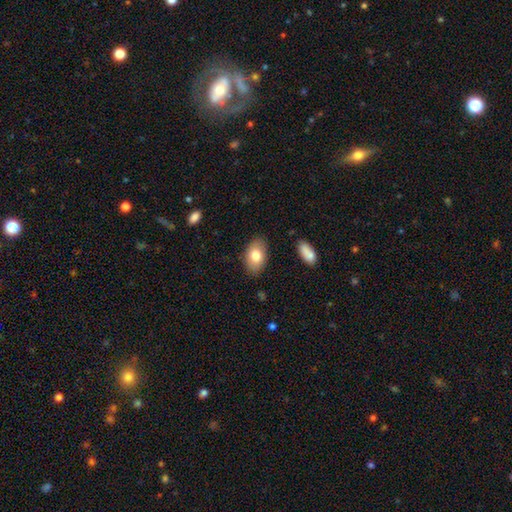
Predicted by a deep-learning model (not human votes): Smooth or featured: smooth — 80% (featured or disk — 13%)
How rounded: in between — 91% (round — 8%)
Merging: none — 84% (minor disturbance — 12%)